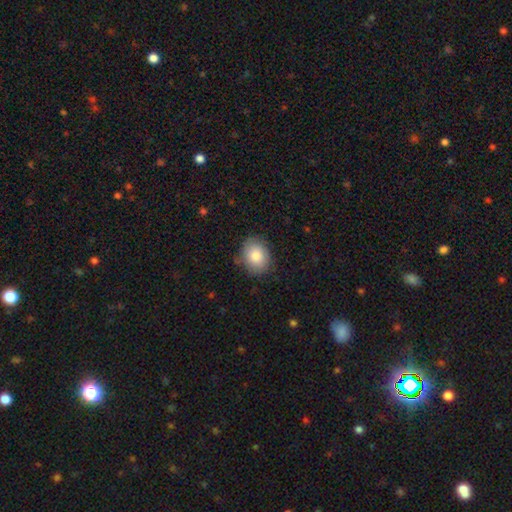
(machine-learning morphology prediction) The model was most divided on "how rounded": in between: 50%, round: 49%, cigar-shaped: 1%. More confident: smooth or featured — smooth (82%); merging — none (82%).